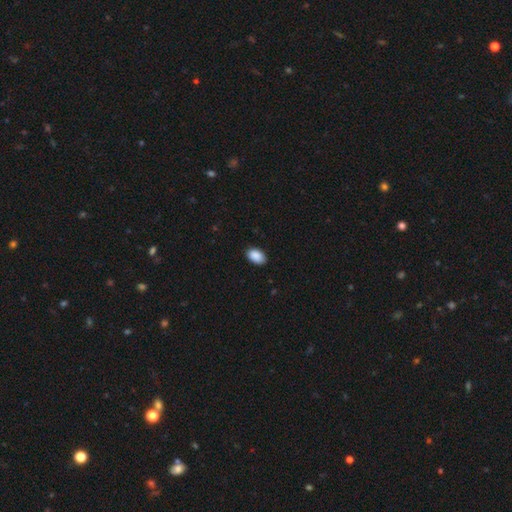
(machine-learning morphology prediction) A smooth galaxy with no disk features (90%) that is in between round and cigar-shaped (91%). Merging: none (87%).